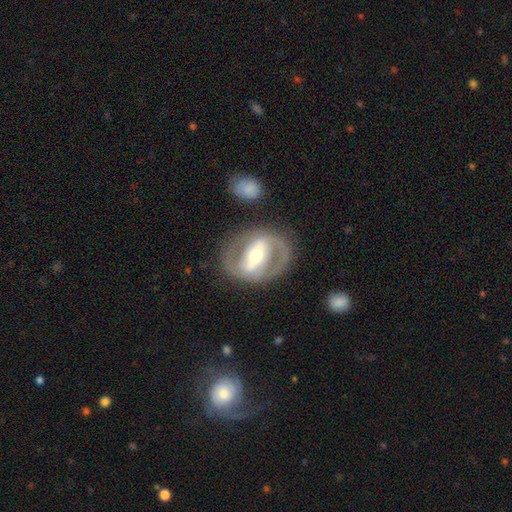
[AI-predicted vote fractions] This is clearly a featured or disk galaxy (81%). It is clearly not viewed edge-on (95%). Bar: likely strong (63%). Spiral arm pattern: likely yes (72%). Spiral arm count: clearly 2 (86%). Spiral winding: possibly medium (49%). Central bulge: likely moderate (63%). Merging: clearly none (80%).